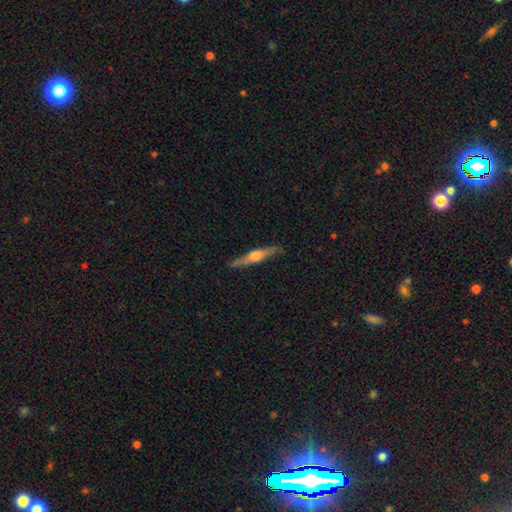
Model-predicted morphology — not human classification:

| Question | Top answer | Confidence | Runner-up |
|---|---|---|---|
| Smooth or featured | featured or disk | 63% | smooth (31%) |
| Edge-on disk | yes | 96% | no (4%) |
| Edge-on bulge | rounded | 85% | boxy (10%) |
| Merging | none | 86% | minor disturbance (11%) |